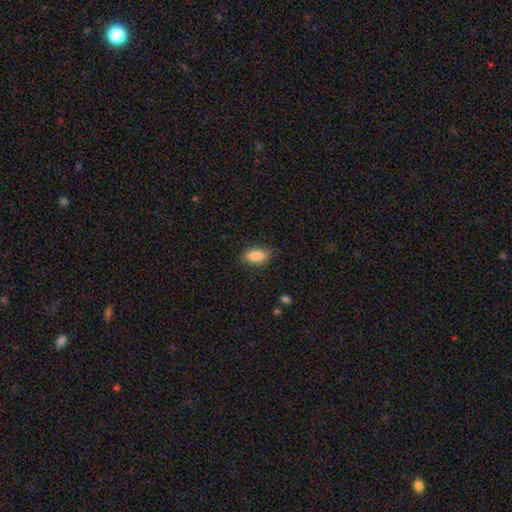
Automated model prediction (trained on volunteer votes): The model was most divided on "merging": none: 84%, minor disturbance: 12%, major disturbance: 3%, merger: 1%. More confident: how rounded — in between (89%); smooth or featured — smooth (88%).